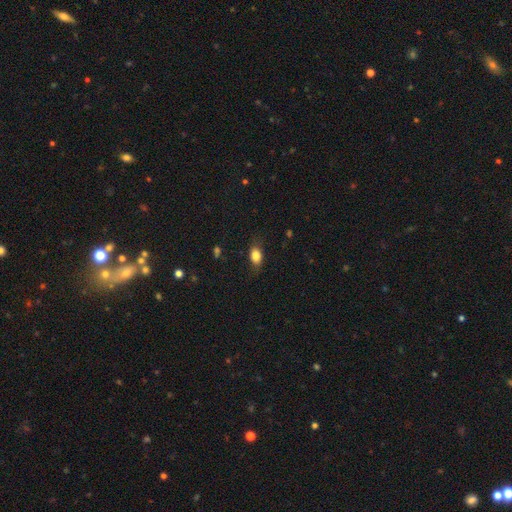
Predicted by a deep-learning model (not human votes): Smooth or featured: smooth — 83% (featured or disk — 9%)
How rounded: in between — 79% (round — 17%)
Merging: none — 75% (minor disturbance — 19%)